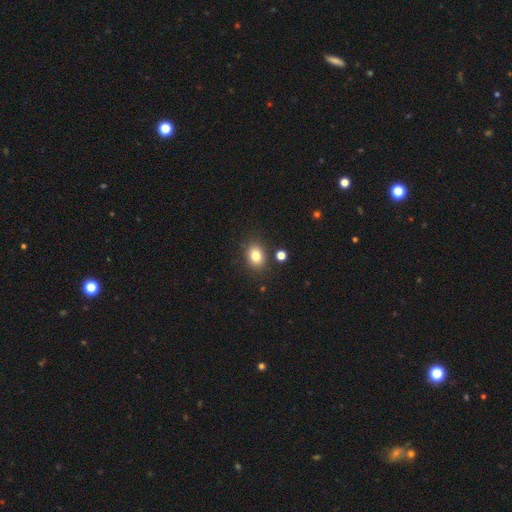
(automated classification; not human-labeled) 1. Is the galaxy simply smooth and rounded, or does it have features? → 81% smooth, 11% star or artifact, 7% featured or disk.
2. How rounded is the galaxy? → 56% in between, 43% round, 1% cigar-shaped.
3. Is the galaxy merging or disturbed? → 81% none, 10% minor disturbance, 5% merger, 3% major disturbance.